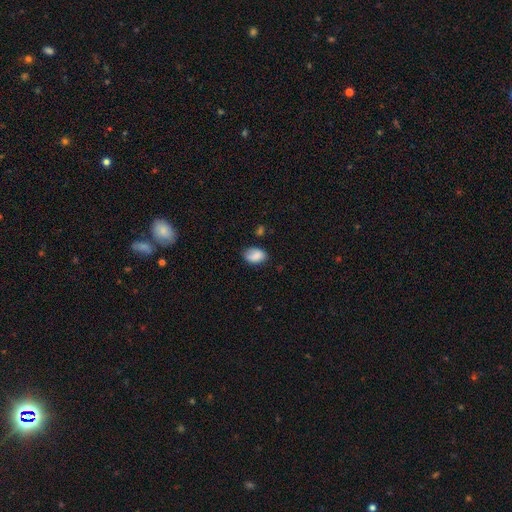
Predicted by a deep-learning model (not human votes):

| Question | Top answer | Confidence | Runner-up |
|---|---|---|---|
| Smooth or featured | smooth | 83% | featured or disk (9%) |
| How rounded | in between | 83% | round (16%) |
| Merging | none | 63% | minor disturbance (27%) |